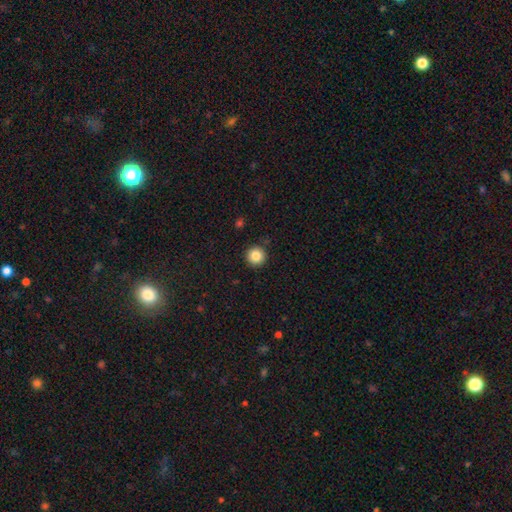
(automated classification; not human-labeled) Smooth or featured: smooth — 84% (star or artifact — 10%)
How rounded: round — 95% (in between — 4%)
Merging: none — 91% (minor disturbance — 6%)